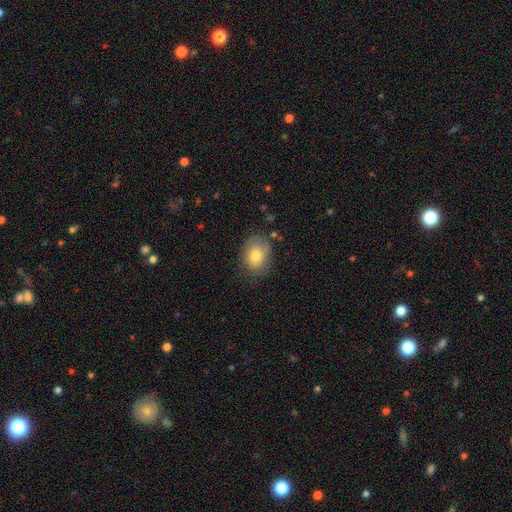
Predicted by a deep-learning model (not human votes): Smooth or featured? Predicted: smooth (p=0.74). How rounded? Predicted: in between (p=0.57). Merging? Predicted: none (p=0.67).